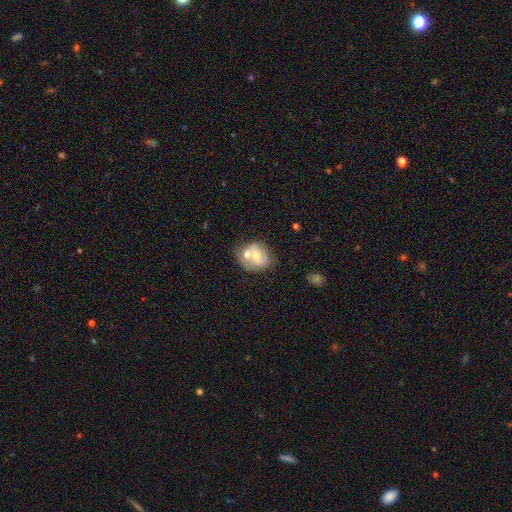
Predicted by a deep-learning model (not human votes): Overall: smooth (55%; featured or disk 37%). How rounded: round (62%; in between 37%). Merging: merger (43%; none 37%).